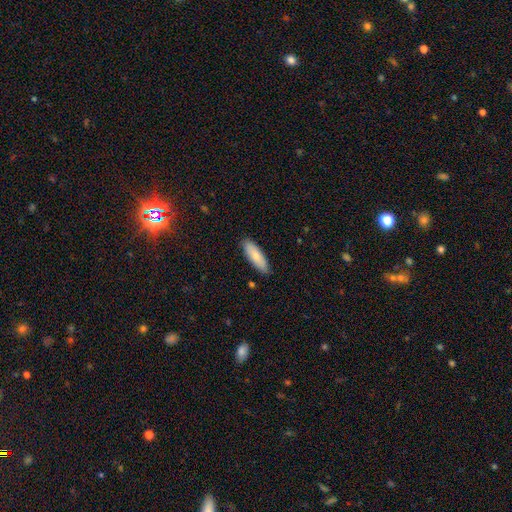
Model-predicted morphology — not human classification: Smooth or featured? smooth (78%)
How rounded? in between (56%)
Merging? none (86%)